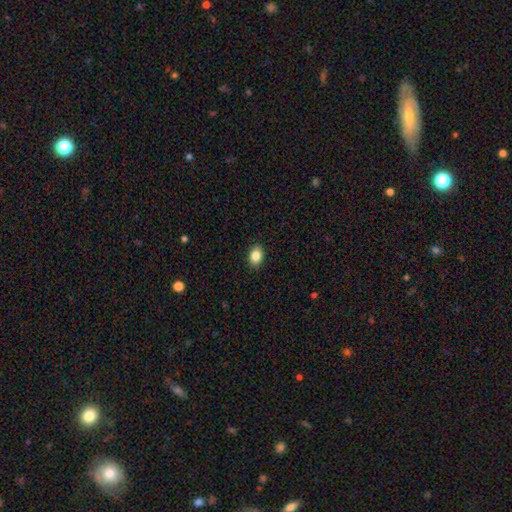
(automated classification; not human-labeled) This appears to be a smooth galaxy with no disk features (86%) that is in between round and cigar-shaped (75%). Merging: none (89%).